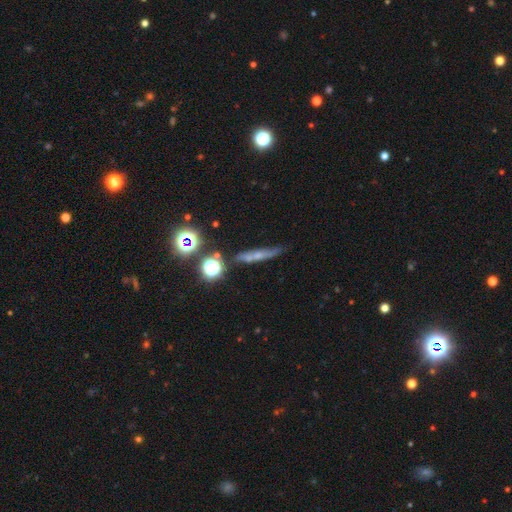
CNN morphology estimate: smooth 42%, featured or disk 36%, star or artifact 22%. Down the decision tree: merging — none (68%).